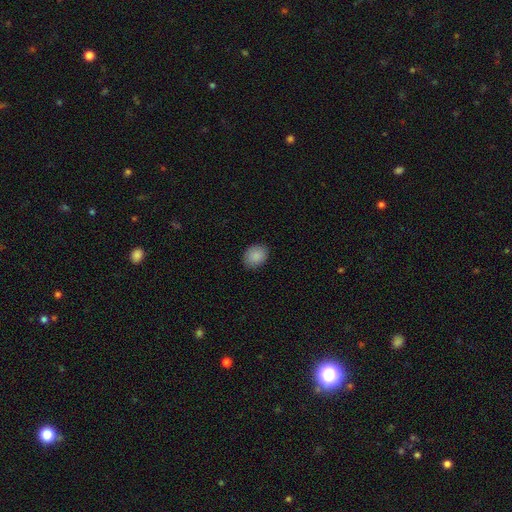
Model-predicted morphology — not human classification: smooth_or_featured: smooth (p=0.88) [alt: star or artifact p=0.08]
how_rounded: in between (p=0.52) [alt: round p=0.47]
merging: none (p=0.86) [alt: minor disturbance p=0.11]